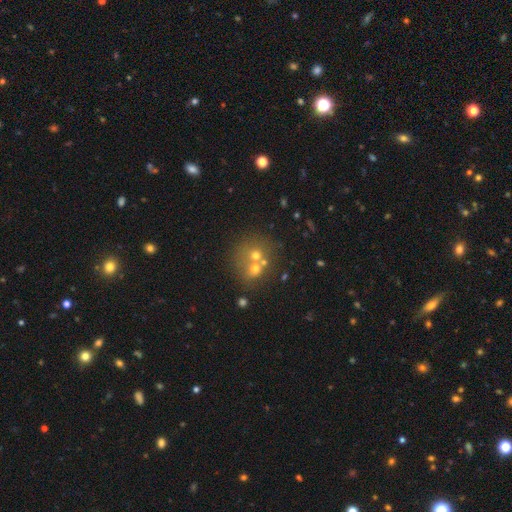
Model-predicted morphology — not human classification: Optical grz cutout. It shows a smooth galaxy with no disk features (56%) that is round (80%). Merging: merger (48%).